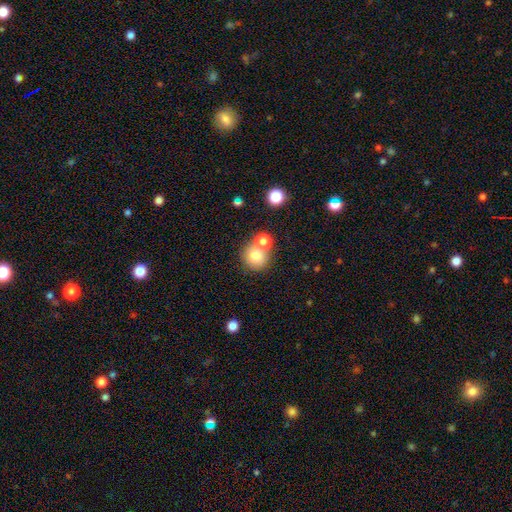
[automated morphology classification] This appears to be a smooth galaxy with no disk features (78%) that is round (85%). Merging: none (54%).